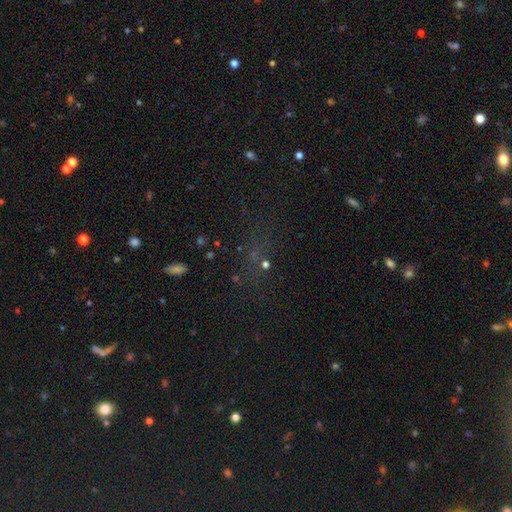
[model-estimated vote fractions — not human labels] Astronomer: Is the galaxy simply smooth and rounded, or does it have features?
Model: star or artifact — 58%.